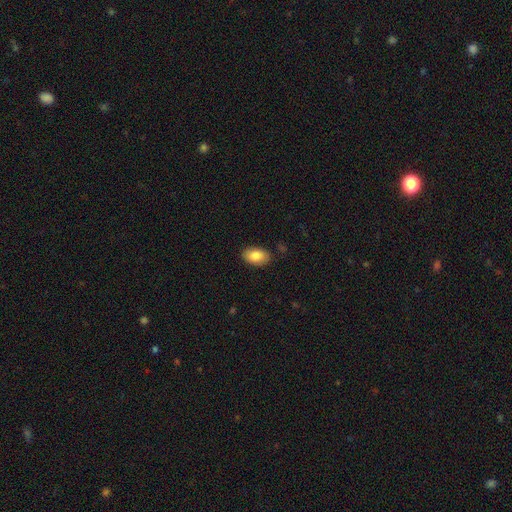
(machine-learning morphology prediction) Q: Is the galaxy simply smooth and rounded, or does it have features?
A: smooth — 85%.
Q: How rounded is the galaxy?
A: in between — 92%.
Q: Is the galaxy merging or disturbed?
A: none — 87%.